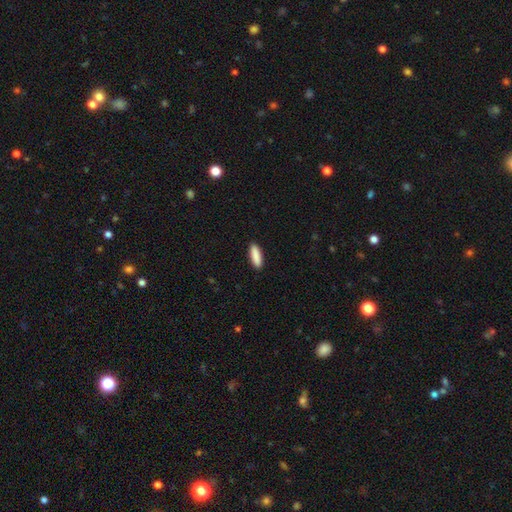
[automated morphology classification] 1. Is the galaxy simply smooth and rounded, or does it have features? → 90% smooth, 6% star or artifact, 5% featured or disk.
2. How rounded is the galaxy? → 51% cigar-shaped, 47% in between, 2% round.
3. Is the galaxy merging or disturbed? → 91% none, 7% minor disturbance, 2% major disturbance, 1% merger.